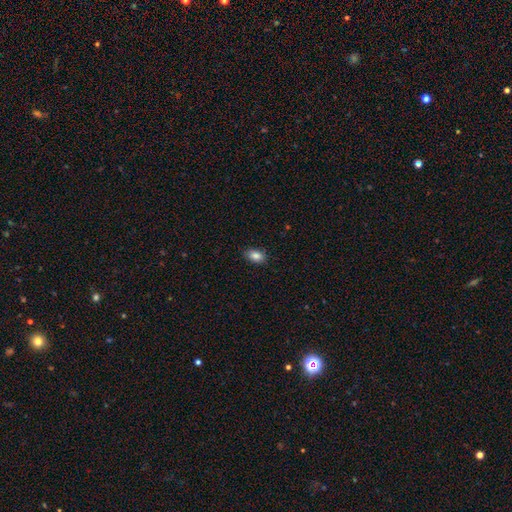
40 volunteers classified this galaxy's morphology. Smooth or featured: smooth — 85% (star or artifact — 10%)
How rounded: in between — 97% (round — 3%)
Merging: none — 83% (minor disturbance — 14%)